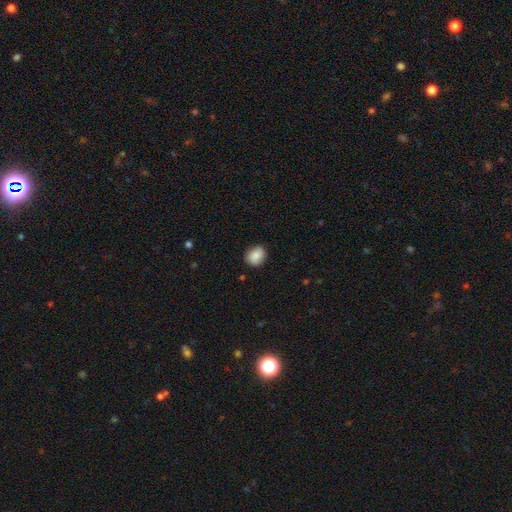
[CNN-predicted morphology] smooth_or_featured: smooth (p=0.87) [alt: star or artifact p=0.08]
how_rounded: round (p=0.55) [alt: in between p=0.44]
merging: none (p=0.84) [alt: minor disturbance p=0.13]